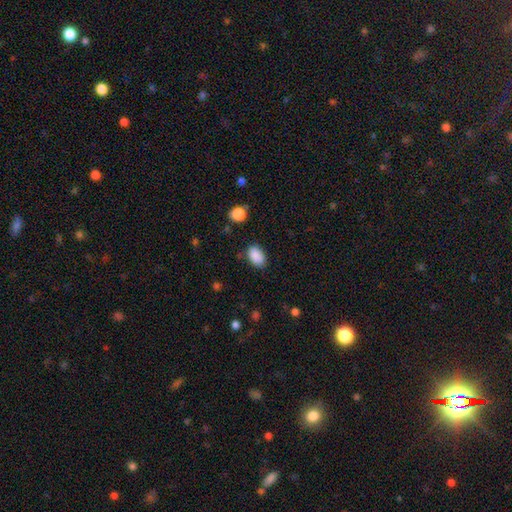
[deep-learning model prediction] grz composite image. It shows a smooth galaxy with no disk features (88%) that is in between round and cigar-shaped (90%). Merging: none (82%).